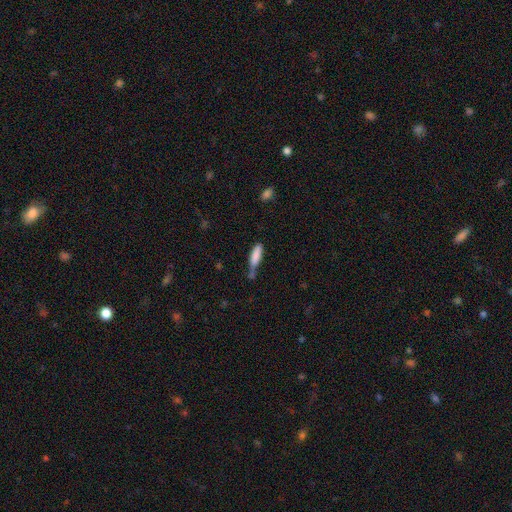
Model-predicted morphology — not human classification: Q: Smooth or featured?
A: smooth (82%); runner-up: featured or disk (10%)
Q: How rounded?
A: cigar-shaped (60%); runner-up: in between (39%)
Q: Merging?
A: none (40%); runner-up: minor disturbance (29%)